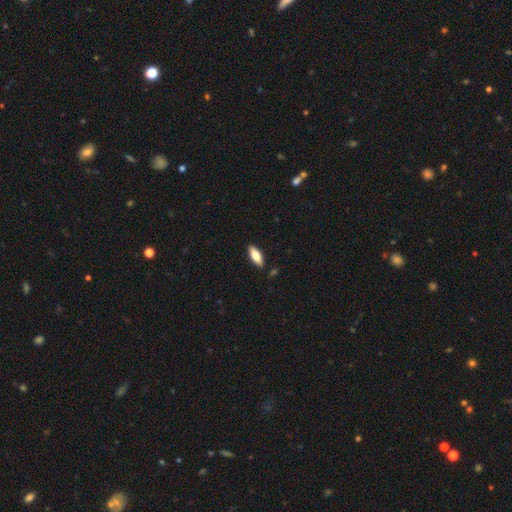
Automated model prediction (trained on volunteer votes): Smooth or featured?
  - smooth: 75% *
  - featured or disk: 19%
  - star or artifact: 6%
How rounded?
  - in between: 68% *
  - cigar-shaped: 30%
  - round: 2%
Merging?
  - none: 87% *
  - minor disturbance: 9%
  - major disturbance: 2%
  - merger: 2%